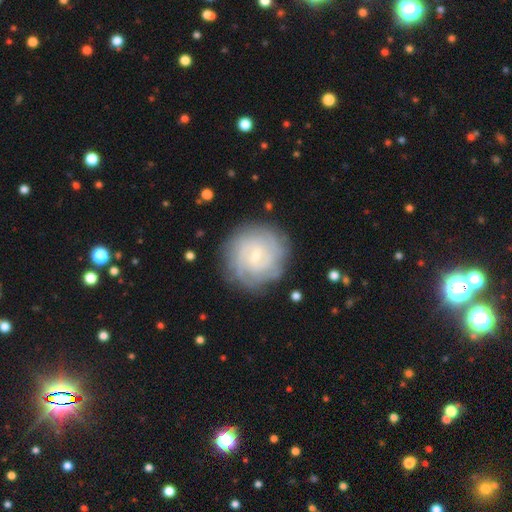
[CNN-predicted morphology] A featured or disk galaxy (73%) with no bar (54%), tight (74%) spiral arms (92%) and a small central bulge (81%).

Vote fractions:
- Smooth or featured? featured or disk: 73% / smooth: 20% / star or artifact: 7%
- Edge-on disk? no: 98% / yes: 2%
- Bar? no: 54% / weak: 39% / strong: 6%
- Spiral arms? yes: 92% / no: 8%
- Spiral winding? tight: 74% / medium: 21% / loose: 5%
- Spiral arm count? can't tell: 45% / 2: 16% / 3: 15% / 4: 13% / more than 4: 6% / 1: 5%
- Bulge size? small: 81% / moderate: 13% / none: 4% / large: 1% / dominant: 1%
- Merging? none: 81% / minor disturbance: 13% / major disturbance: 5% / merger: 1%